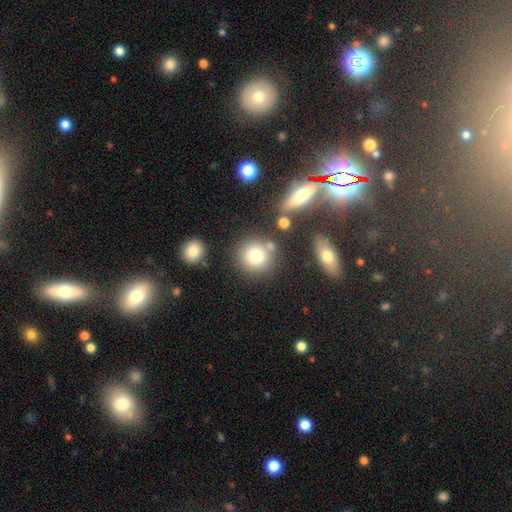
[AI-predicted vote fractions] Overall: smooth (76%). How rounded: round (91%). Merging: none (73%).